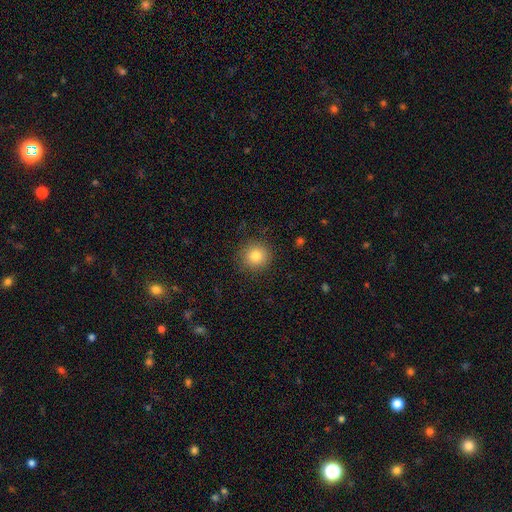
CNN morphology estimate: smooth-or-featured: smooth: 81% | star or artifact: 11% | featured or disk: 8%
  how-rounded: round: 92% | in between: 7% | cigar-shaped: 1%
  merging: none: 89% | minor disturbance: 8% | major disturbance: 3% | merger: 1%